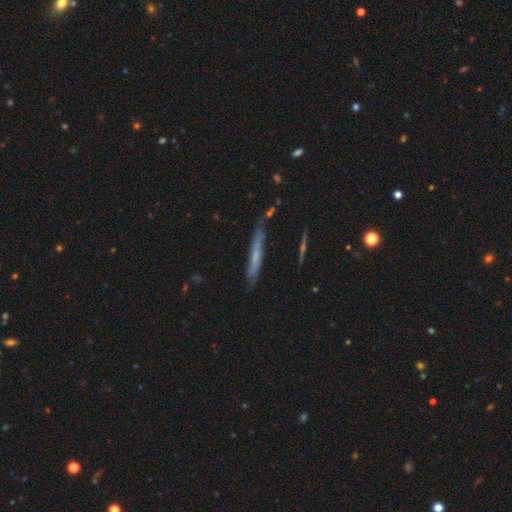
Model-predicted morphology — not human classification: Overall: featured or disk (46%; smooth 44%). Merging: none (65%).